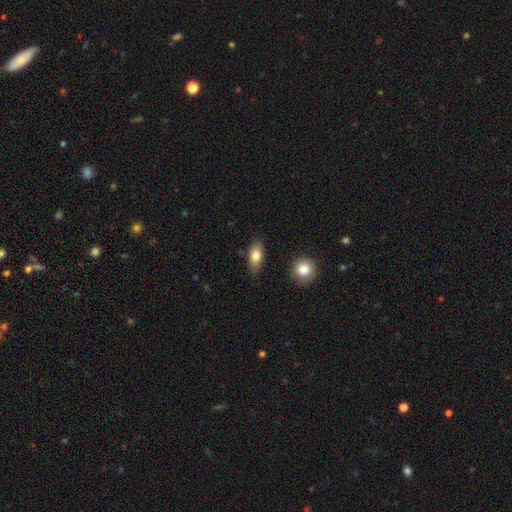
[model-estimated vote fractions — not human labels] A smooth galaxy with no disk features (79%) that is in between round and cigar-shaped (83%).

Vote fractions:
- Smooth or featured? smooth: 79% / featured or disk: 14% / star or artifact: 7%
- How rounded? in between: 83% / cigar-shaped: 12% / round: 5%
- Merging? none: 83% / minor disturbance: 12% / major disturbance: 3% / merger: 2%